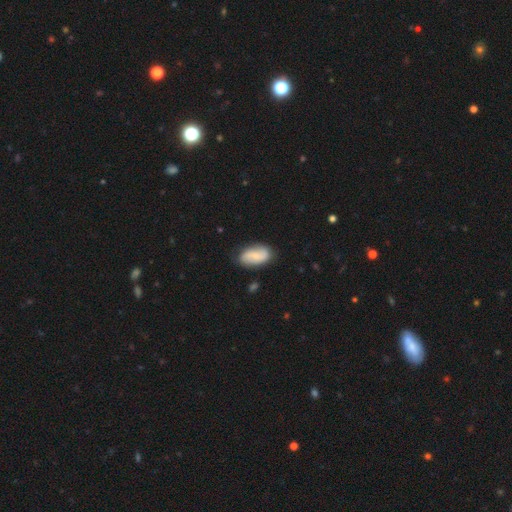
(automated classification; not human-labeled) smooth-or-featured: smooth: 57% | featured or disk: 36% | star or artifact: 7%
  how-rounded: in between: 92% | round: 5% | cigar-shaped: 3%
  merging: none: 78% | minor disturbance: 17% | major disturbance: 4% | merger: 2%